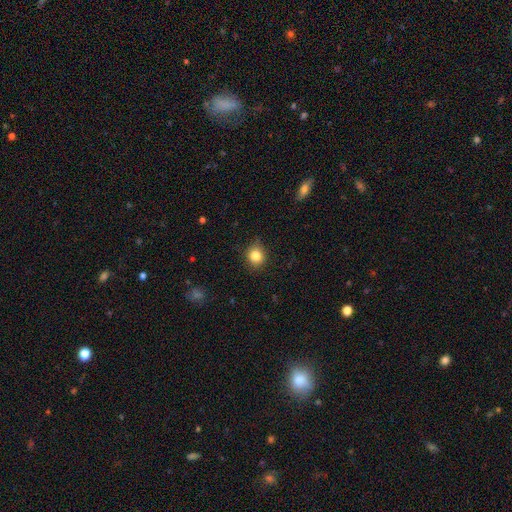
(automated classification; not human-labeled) This appears to be a smooth galaxy with no disk features (84%) that is round (80%). Merging: none (82%).